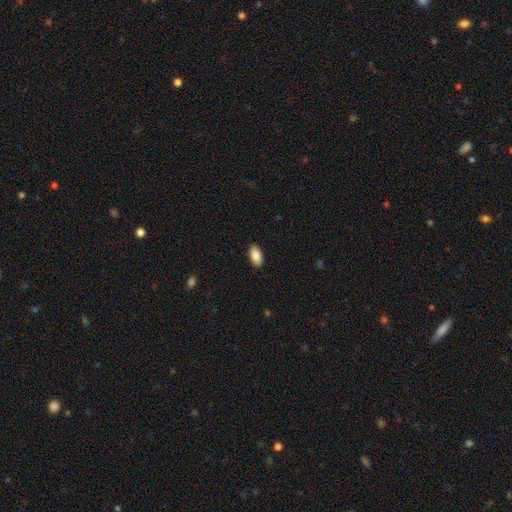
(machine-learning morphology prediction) Smooth or featured? smooth (88%)
How rounded? in between (93%)
Merging? none (89%)